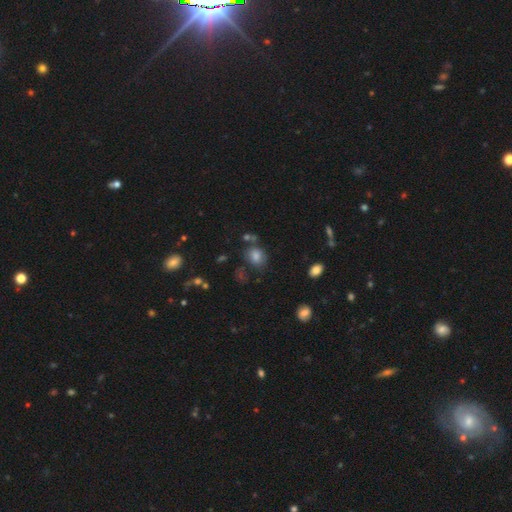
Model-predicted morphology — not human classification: smooth-or-featured: smooth: 73% | star or artifact: 16% | featured or disk: 10%
  how-rounded: round: 57% | in between: 42% | cigar-shaped: 1%
  merging: none: 65% | minor disturbance: 17% | merger: 10% | major disturbance: 7%